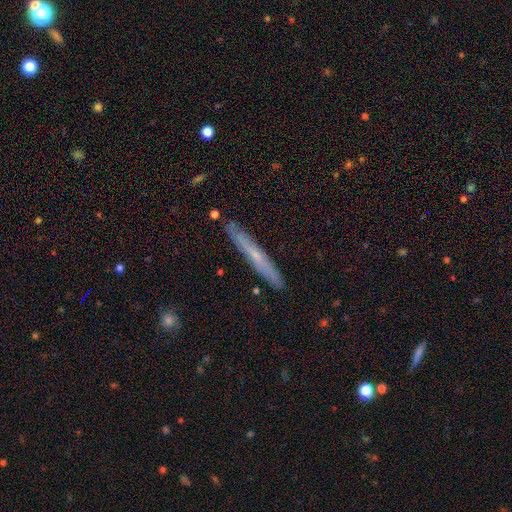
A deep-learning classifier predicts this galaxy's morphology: A featured or disk galaxy (47%).

Vote fractions:
- Smooth or featured? featured or disk: 47% / smooth: 46% / star or artifact: 7%
- Merging? none: 89% / minor disturbance: 8% / merger: 1% / major disturbance: 1%